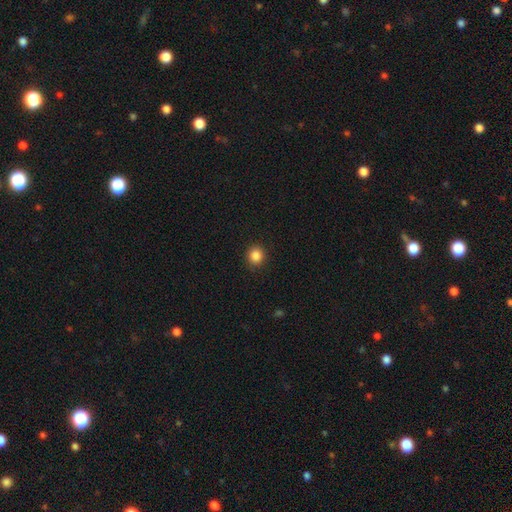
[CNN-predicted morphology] Q: Smooth or featured?
A: smooth (86%); runner-up: star or artifact (11%)
Q: How rounded?
A: round (87%); runner-up: in between (12%)
Q: Merging?
A: none (91%); runner-up: minor disturbance (6%)